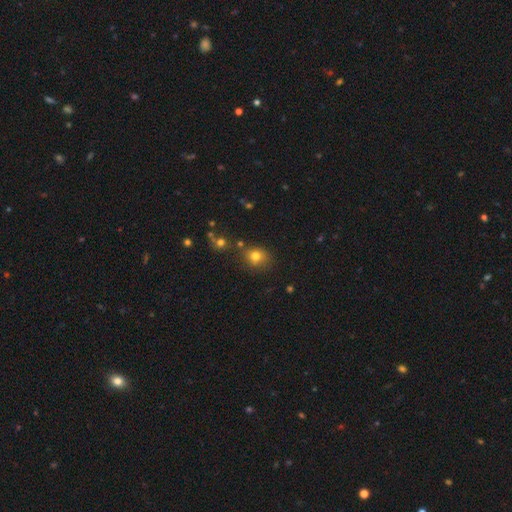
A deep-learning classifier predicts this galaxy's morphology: Smooth or featured? Predicted: smooth (p=0.75). How rounded? Predicted: round (p=0.68). Merging? Predicted: none (p=0.68).